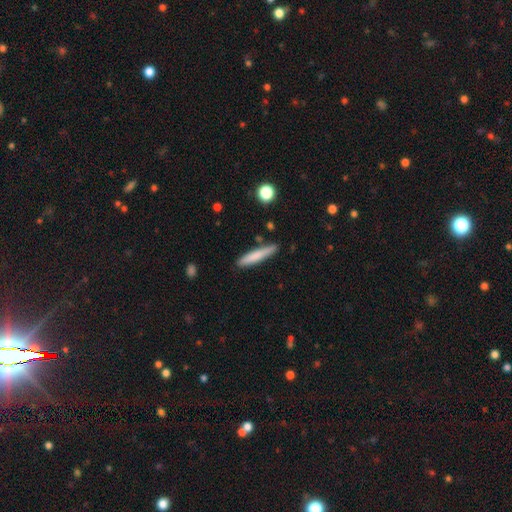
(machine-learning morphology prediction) Q: Smooth or featured?
A: smooth (76%); runner-up: featured or disk (18%)
Q: How rounded?
A: cigar-shaped (91%); runner-up: in between (8%)
Q: Merging?
A: none (83%); runner-up: minor disturbance (12%)